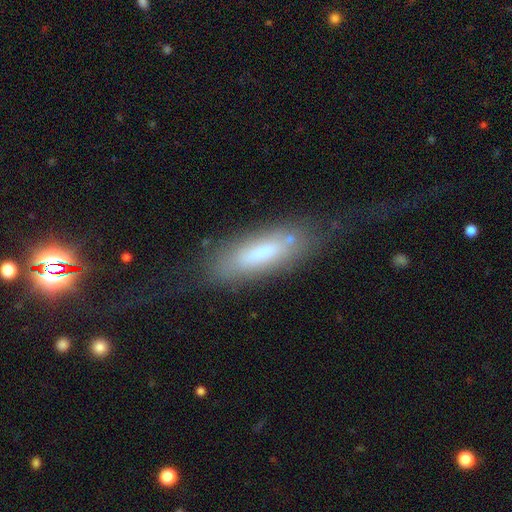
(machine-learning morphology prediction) Smooth or featured?
  - smooth: 64% *
  - featured or disk: 27%
  - star or artifact: 9%
How rounded?
  - in between: 52% *
  - cigar-shaped: 47%
  - round: 2%
Merging?
  - none: 59% *
  - minor disturbance: 21%
  - major disturbance: 16%
  - merger: 4%